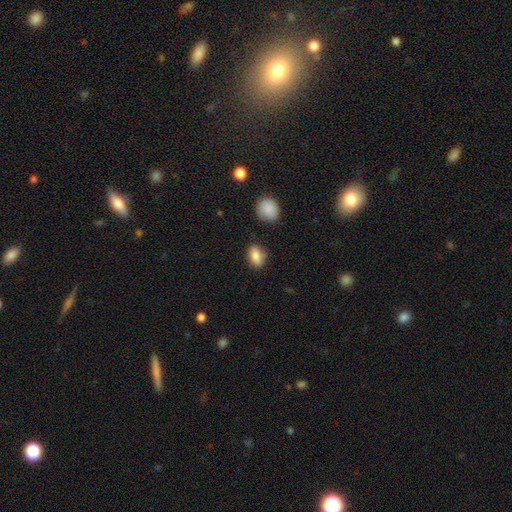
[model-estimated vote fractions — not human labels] The model was most divided on "how rounded": in between: 80%, round: 18%, cigar-shaped: 2%. More confident: smooth or featured — smooth (85%); merging — none (80%).